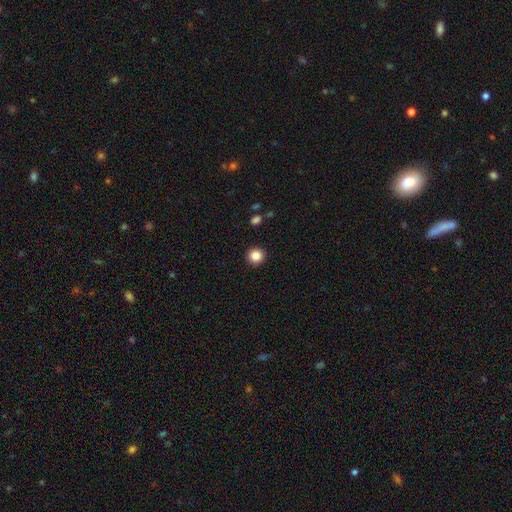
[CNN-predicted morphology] smooth_or_featured: smooth (p=0.86) [alt: star or artifact p=0.10]
how_rounded: round (p=0.95) [alt: in between p=0.04]
merging: none (p=0.93) [alt: minor disturbance p=0.05]